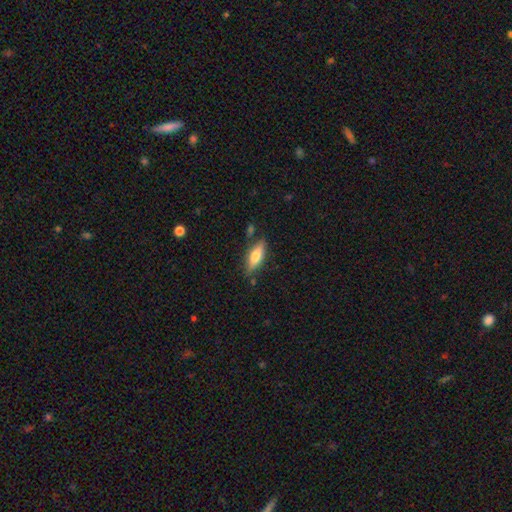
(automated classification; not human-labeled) Q: Smooth or featured?
A: smooth (66%); runner-up: featured or disk (28%)
Q: How rounded?
A: in between (59%); runner-up: cigar-shaped (39%)
Q: Merging?
A: none (76%); runner-up: minor disturbance (16%)